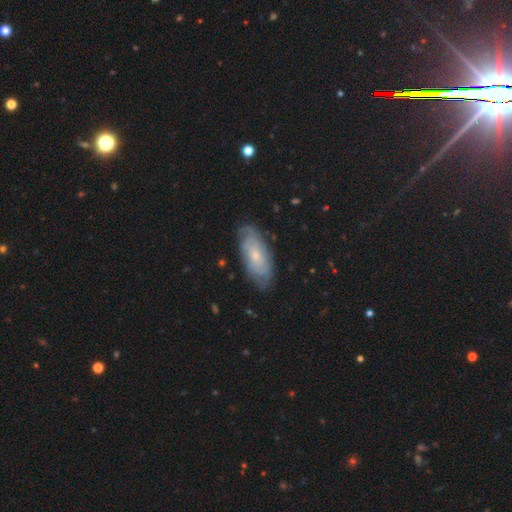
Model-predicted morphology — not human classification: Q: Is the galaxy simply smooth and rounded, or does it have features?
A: featured or disk — 67%.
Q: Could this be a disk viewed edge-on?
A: no — 90%.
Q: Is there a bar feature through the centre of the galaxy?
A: no — 74%.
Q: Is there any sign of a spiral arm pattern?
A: yes — 88%.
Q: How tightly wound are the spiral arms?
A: tight — 69%.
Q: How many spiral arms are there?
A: can't tell — 57%.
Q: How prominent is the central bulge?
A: small — 65%.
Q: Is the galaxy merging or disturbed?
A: none — 78%.